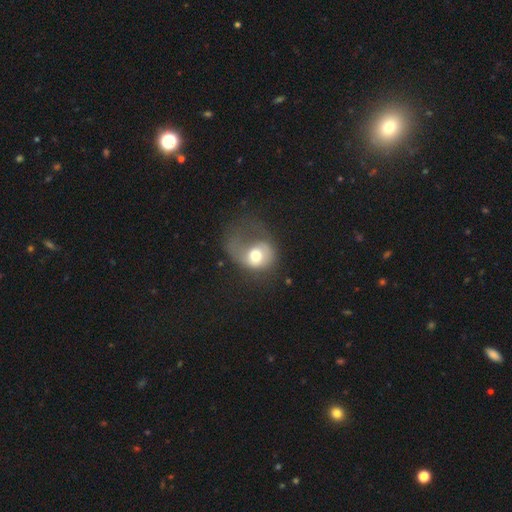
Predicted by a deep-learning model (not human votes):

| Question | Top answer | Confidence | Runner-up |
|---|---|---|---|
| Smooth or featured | smooth | 56% | featured or disk (35%) |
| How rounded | round | 59% | in between (40%) |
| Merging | major disturbance | 62% | minor disturbance (18%) |